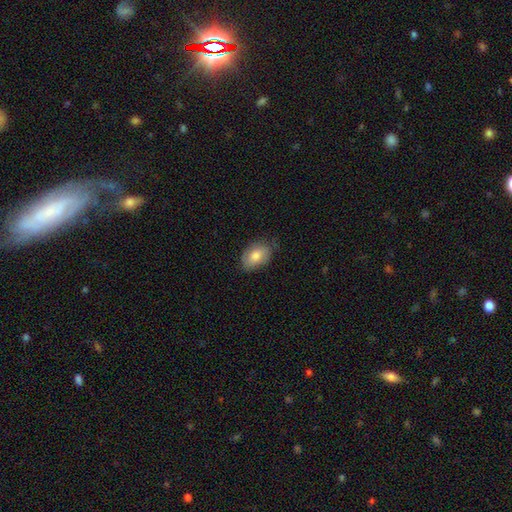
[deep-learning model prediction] The model was most divided on "merging": none: 70%, minor disturbance: 23%, major disturbance: 5%, merger: 1%. More confident: how rounded — in between (86%); smooth or featured — smooth (71%).